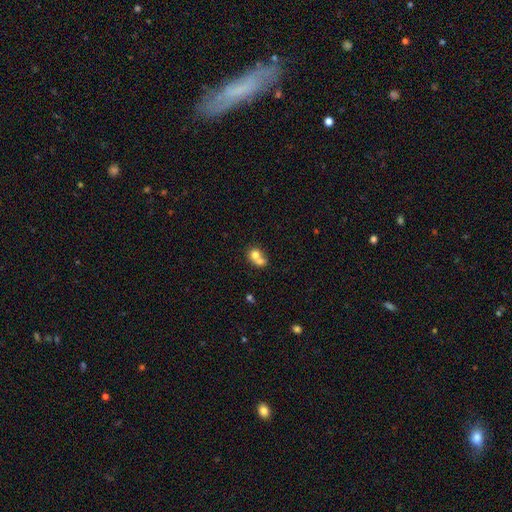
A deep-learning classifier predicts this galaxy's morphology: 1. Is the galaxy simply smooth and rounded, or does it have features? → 71% smooth, 19% featured or disk, 10% star or artifact.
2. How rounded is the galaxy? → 68% round, 31% in between, 1% cigar-shaped.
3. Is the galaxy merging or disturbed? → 65% merger, 24% none, 7% minor disturbance, 4% major disturbance.